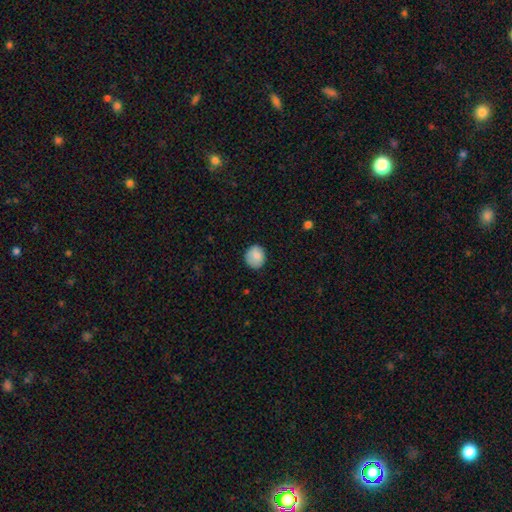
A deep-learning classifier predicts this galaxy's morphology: Smooth or featured?
  - smooth: 86% *
  - star or artifact: 7%
  - featured or disk: 7%
How rounded?
  - round: 70% *
  - in between: 29%
  - cigar-shaped: 1%
Merging?
  - none: 79% *
  - minor disturbance: 17%
  - major disturbance: 3%
  - merger: 1%